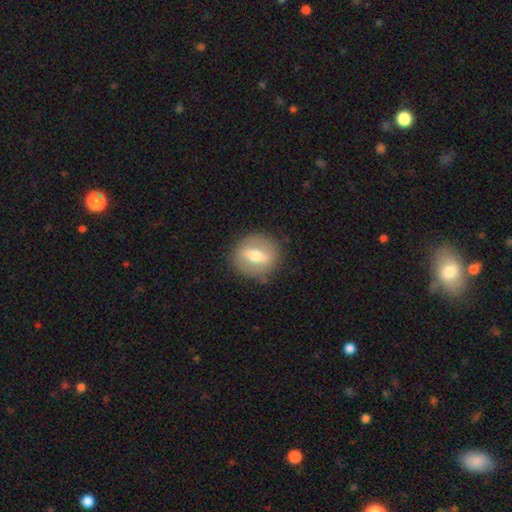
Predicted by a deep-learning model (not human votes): Overall: featured or disk (53%; smooth 40%). Edge-on disk: no (72%). Merging: none (86%).